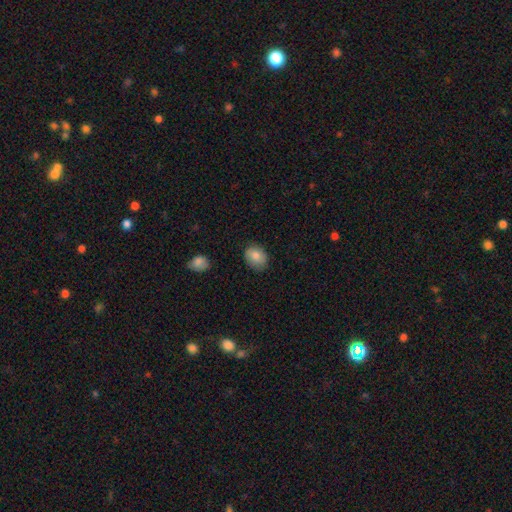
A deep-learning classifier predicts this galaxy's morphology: Smooth or featured?
  - smooth: 83% *
  - featured or disk: 9%
  - star or artifact: 8%
How rounded?
  - in between: 62% *
  - round: 37%
  - cigar-shaped: 1%
Merging?
  - none: 79% *
  - minor disturbance: 16%
  - major disturbance: 3%
  - merger: 1%